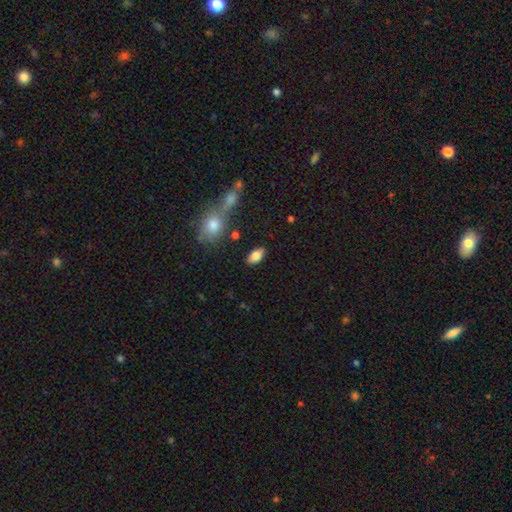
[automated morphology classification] A smooth galaxy with no disk features (80%) that is in between round and cigar-shaped (90%). Merging: none (86%).